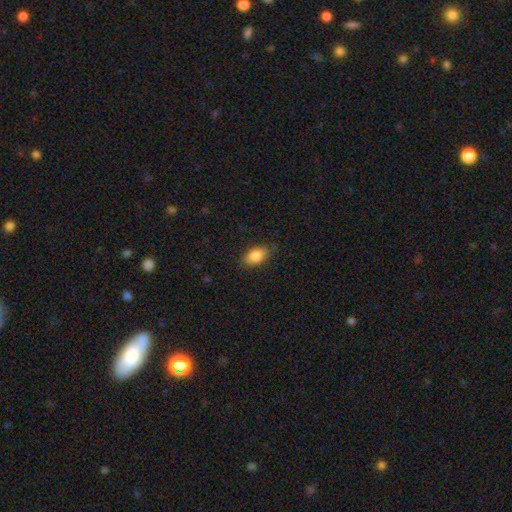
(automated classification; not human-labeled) This is clearly a smooth galaxy (84%). How rounded: clearly in between (90%). Merging: likely none (78%).